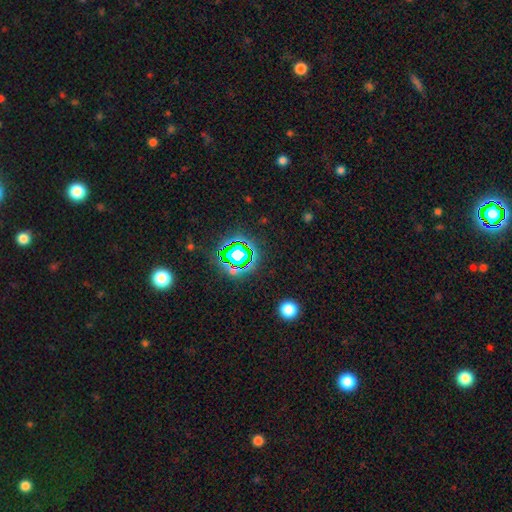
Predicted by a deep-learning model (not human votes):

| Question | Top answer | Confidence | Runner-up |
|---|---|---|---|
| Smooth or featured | star or artifact | 74% | smooth (19%) |